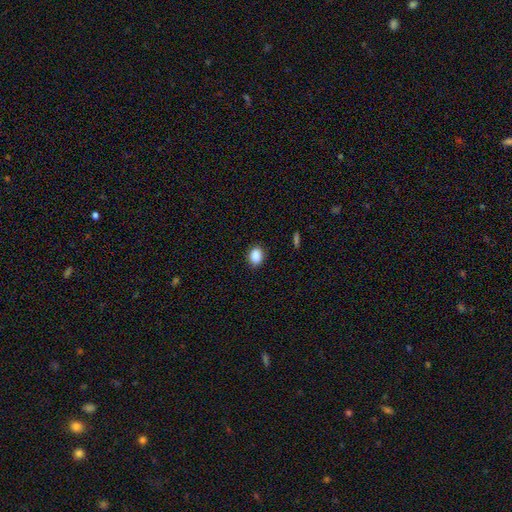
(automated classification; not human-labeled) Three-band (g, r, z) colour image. It shows a smooth galaxy with no disk features (89%) that is in between round and cigar-shaped (71%). Merging: none (87%).